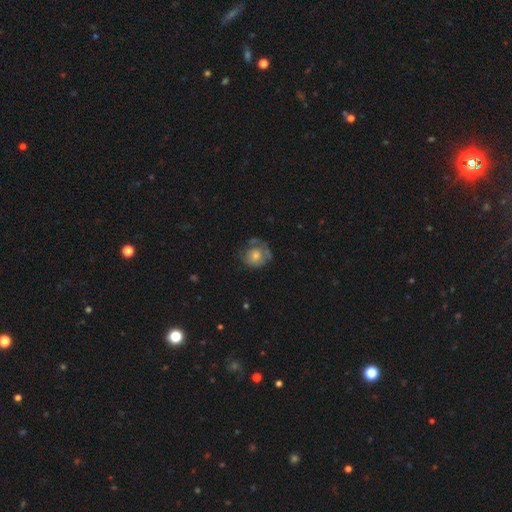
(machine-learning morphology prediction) Smooth or featured? Predicted: smooth (p=0.58). How rounded? Predicted: round (p=0.77). Merging? Predicted: none (p=0.50).